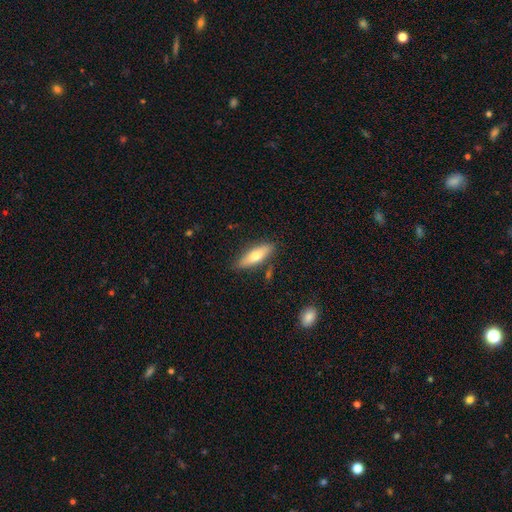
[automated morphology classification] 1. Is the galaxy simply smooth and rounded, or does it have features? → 63% smooth, 30% featured or disk, 6% star or artifact.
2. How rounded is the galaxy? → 52% in between, 46% cigar-shaped, 2% round.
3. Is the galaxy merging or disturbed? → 80% none, 13% minor disturbance, 4% merger, 3% major disturbance.